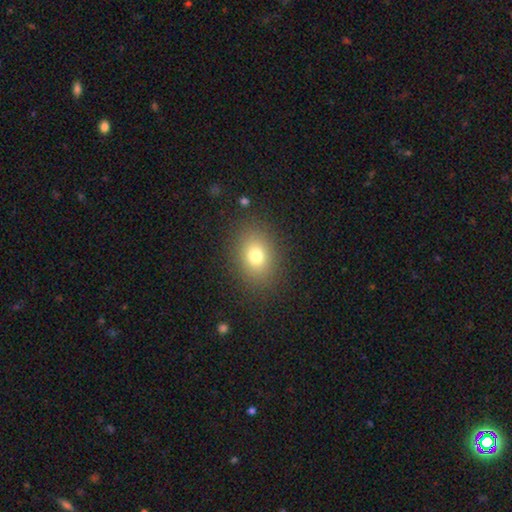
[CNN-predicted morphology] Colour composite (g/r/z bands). It shows a smooth galaxy with no disk features (75%) that is in between round and cigar-shaped (60%). Merging: none (86%).